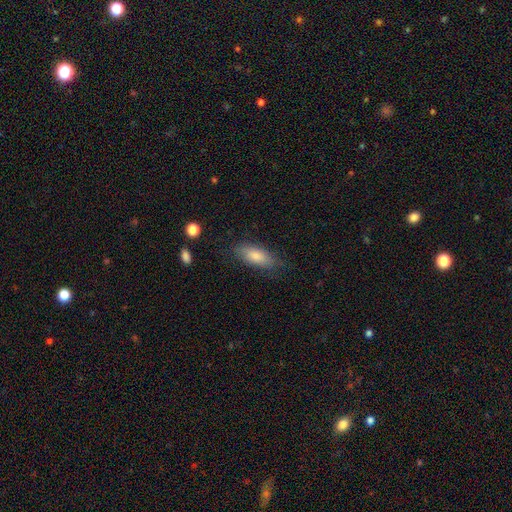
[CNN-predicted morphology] The model was most divided on "how rounded": in between: 73%, cigar-shaped: 25%, round: 2%. More confident: smooth or featured — smooth (79%); merging — none (79%).